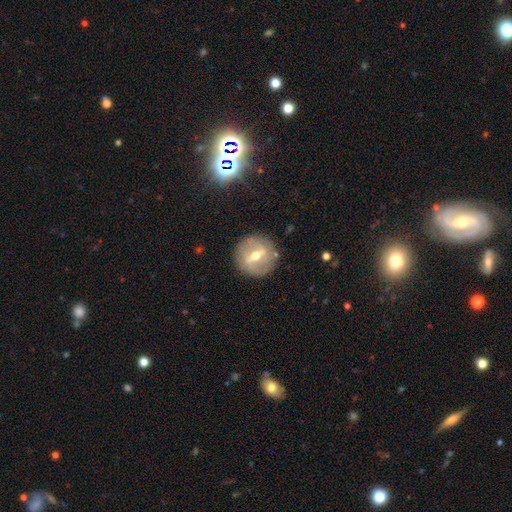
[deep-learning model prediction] This appears to be a featured or disk galaxy (65%) with a strong bar (53%), no spiral arms (69%) and a moderate central bulge (68%). Merging: none (86%).